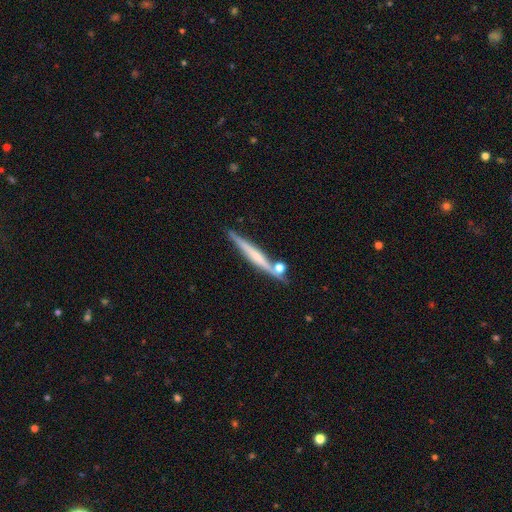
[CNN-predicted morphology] type=featured or disk (53%); edge-on=yes (96%); edge-on bulge=none (59%); merging=none (77%).